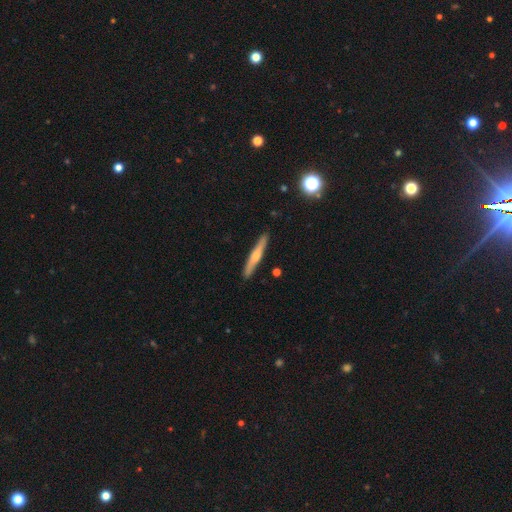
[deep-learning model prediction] Morphology: type=featured or disk (60%); edge-on=yes (96%); edge-on bulge=rounded (82%); merging=none (90%).